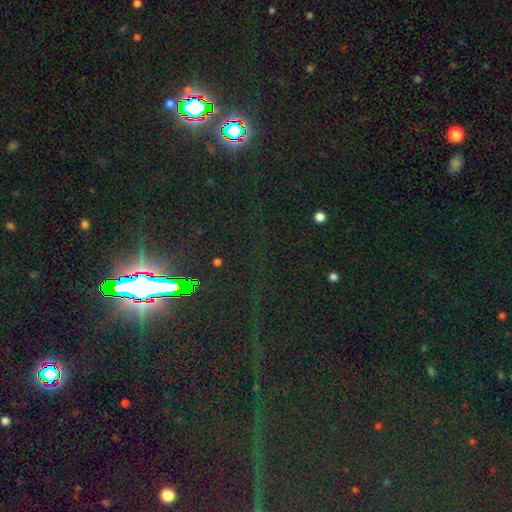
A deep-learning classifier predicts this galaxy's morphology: Overall: star or artifact (84%).